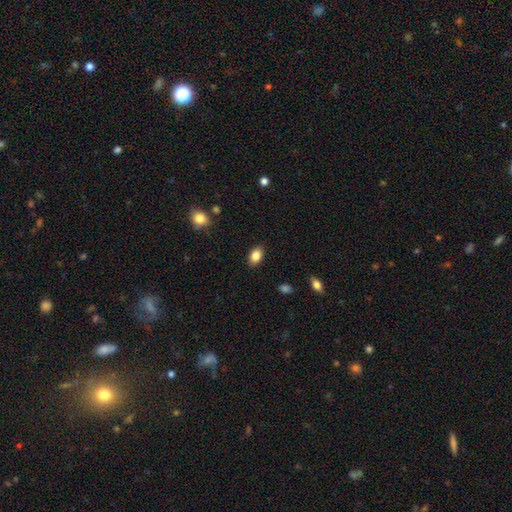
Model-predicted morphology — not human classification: This appears to be a smooth galaxy with no disk features (85%) that is in between round and cigar-shaped (85%). Merging: none (88%).